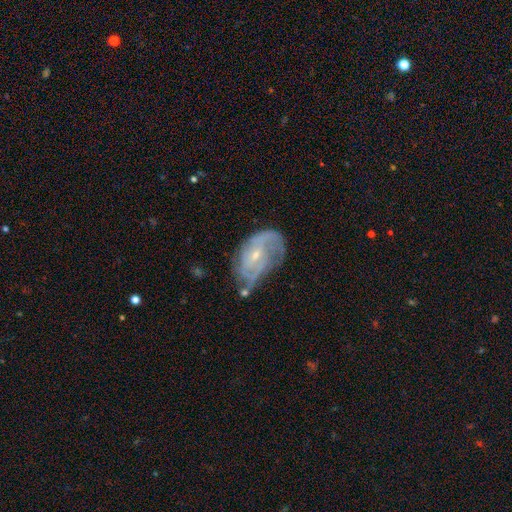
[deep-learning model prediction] A featured or disk galaxy (79%) with no bar (53%), 2 (35%) medium (41%) spiral arms (88%) and a small central bulge (70%).

Vote fractions:
- Smooth or featured? featured or disk: 79% / smooth: 14% / star or artifact: 7%
- Edge-on disk? no: 96% / yes: 4%
- Bar? no: 53% / weak: 39% / strong: 8%
- Spiral arms? yes: 88% / no: 12%
- Spiral winding? medium: 41% / tight: 39% / loose: 20%
- Spiral arm count? 2: 35% / can't tell: 33% / 3: 15% / 1: 7% / 4: 5% / more than 4: 4%
- Bulge size? small: 70% / moderate: 26% / none: 2% / large: 1% / dominant: 1%
- Merging? none: 43% / minor disturbance: 31% / major disturbance: 21% / merger: 6%